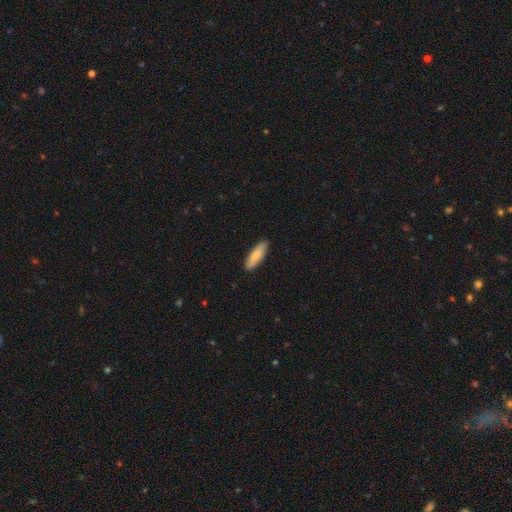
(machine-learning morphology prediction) A smooth galaxy with no disk features (81%) that is cigar-shaped (51%). Merging: none (89%).